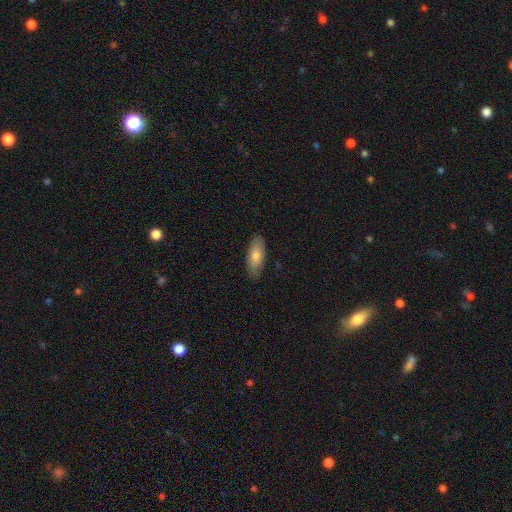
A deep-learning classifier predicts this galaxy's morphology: Smooth or featured?
  - smooth: 78% *
  - featured or disk: 16%
  - star or artifact: 6%
How rounded?
  - in between: 81% *
  - cigar-shaped: 17%
  - round: 2%
Merging?
  - none: 86% *
  - minor disturbance: 11%
  - major disturbance: 2%
  - merger: 1%